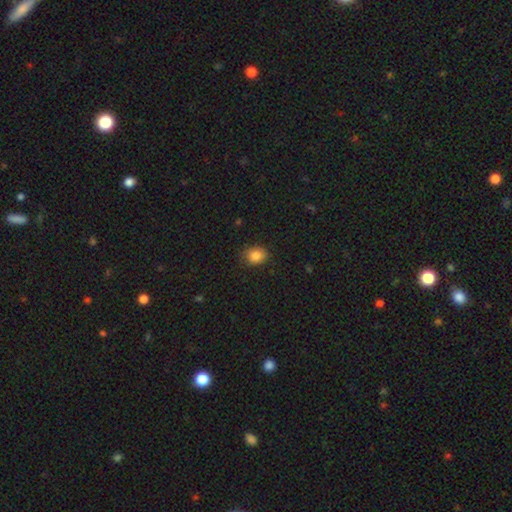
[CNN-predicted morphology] Q: Smooth or featured?
A: smooth (85%); runner-up: star or artifact (10%)
Q: How rounded?
A: round (53%); runner-up: in between (46%)
Q: Merging?
A: none (83%); runner-up: minor disturbance (13%)